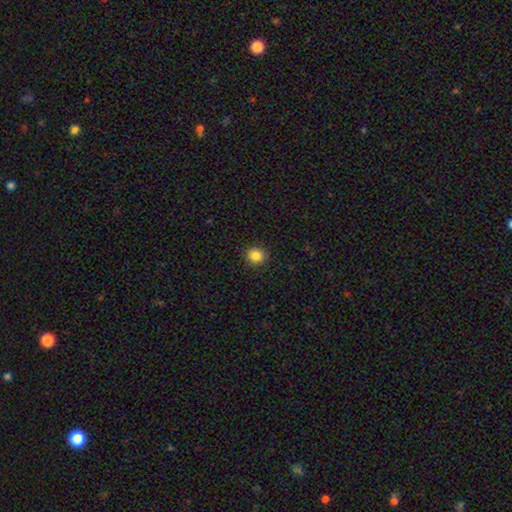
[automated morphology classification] A smooth galaxy with no disk features (85%) that is round (89%).

Vote fractions:
- Smooth or featured? smooth: 85% / star or artifact: 11% / featured or disk: 4%
- How rounded? round: 89% / in between: 11% / cigar-shaped: 1%
- Merging? none: 92% / minor disturbance: 5% / major disturbance: 2% / merger: 1%